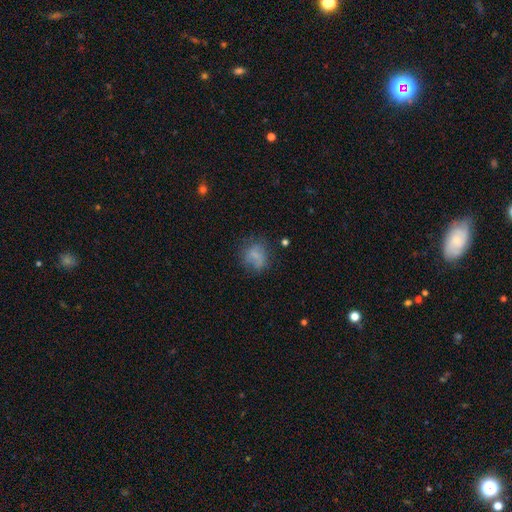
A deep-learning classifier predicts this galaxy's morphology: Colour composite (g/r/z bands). It shows a smooth galaxy with no disk features (65%) that is round (67%). Merging: none (59%).